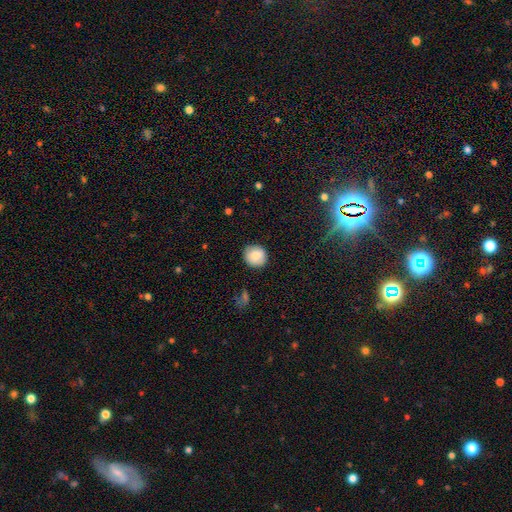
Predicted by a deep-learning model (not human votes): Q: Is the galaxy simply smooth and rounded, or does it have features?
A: smooth — 84%.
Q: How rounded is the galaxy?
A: round — 87%.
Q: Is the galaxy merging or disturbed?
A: none — 87%.